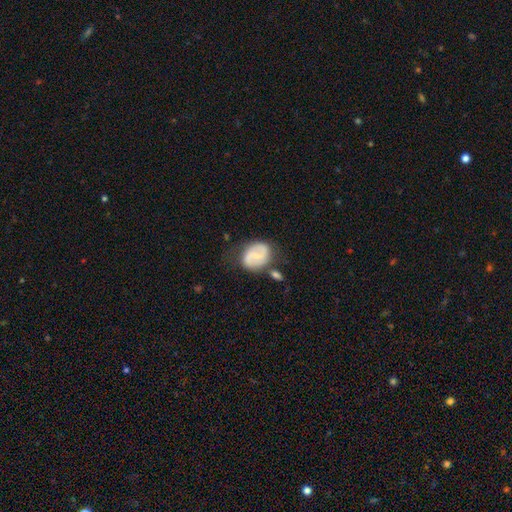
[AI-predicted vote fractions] A featured or disk galaxy (57%) with a weak bar (46%), spiral arms (77%) and a small central bulge (59%).

Vote fractions:
- Smooth or featured? featured or disk: 57% / smooth: 37% / star or artifact: 6%
- Edge-on disk? no: 97% / yes: 3%
- Bar? weak: 46% / no: 37% / strong: 16%
- Spiral arms? yes: 77% / no: 23%
- Bulge size? small: 59% / moderate: 32% / none: 6% / large: 2% / dominant: 1%
- Merging? none: 59% / minor disturbance: 23% / merger: 10% / major disturbance: 8%